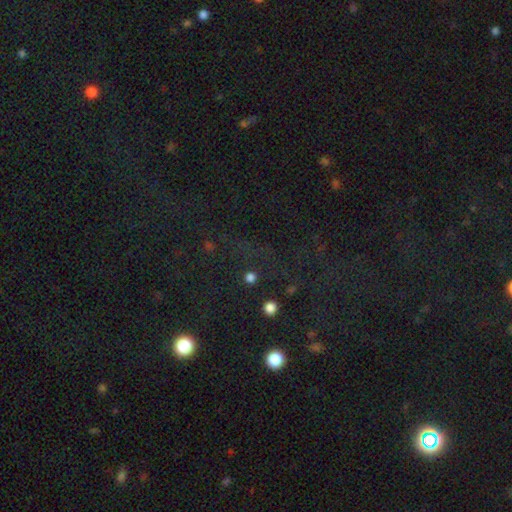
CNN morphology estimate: Q: Smooth or featured?
A: star or artifact (72%); runner-up: smooth (18%)